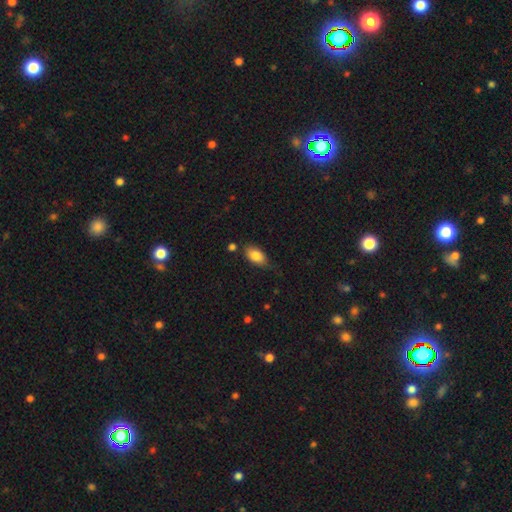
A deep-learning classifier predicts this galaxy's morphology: type=smooth (84%); roundness=in between (91%); merging=none (66%).